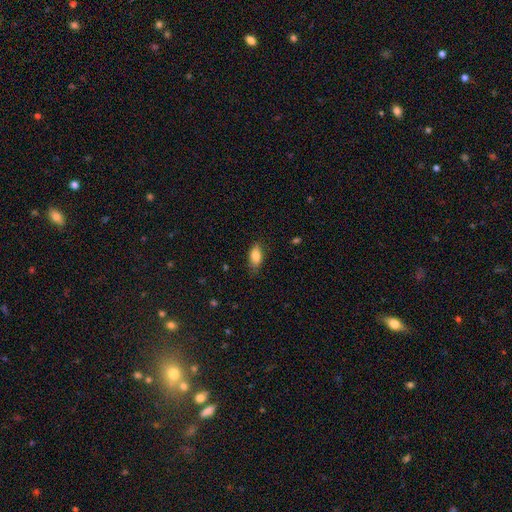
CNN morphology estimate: A smooth galaxy with no disk features (83%) that is in between round and cigar-shaped (87%).

Vote fractions:
- Smooth or featured? smooth: 83% / featured or disk: 10% / star or artifact: 8%
- How rounded? in between: 87% / cigar-shaped: 8% / round: 5%
- Merging? none: 79% / minor disturbance: 17% / major disturbance: 3% / merger: 1%